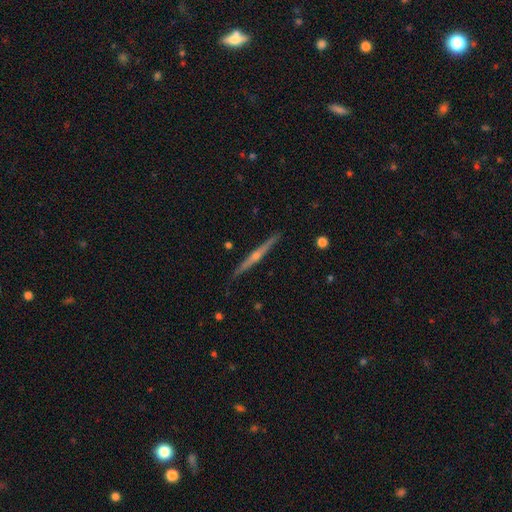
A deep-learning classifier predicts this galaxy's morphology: Overall: featured or disk (78%). Edge-on disk: yes (98%). Edge-on bulge: rounded (83%). Merging: none (90%).